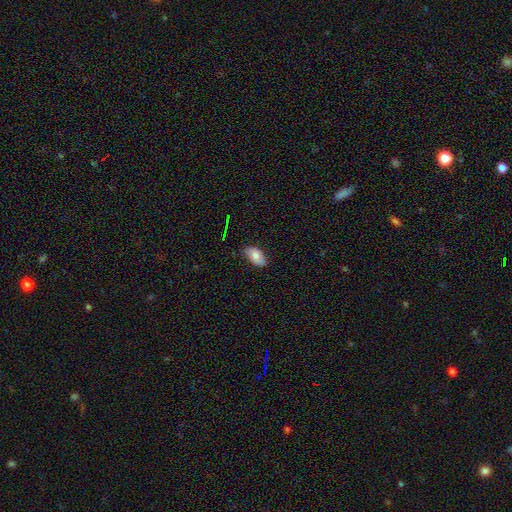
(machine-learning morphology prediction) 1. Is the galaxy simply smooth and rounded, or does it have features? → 73% smooth, 19% featured or disk, 8% star or artifact.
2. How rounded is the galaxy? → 94% in between, 4% round, 2% cigar-shaped.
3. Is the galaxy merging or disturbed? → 78% none, 18% minor disturbance, 3% major disturbance, 1% merger.